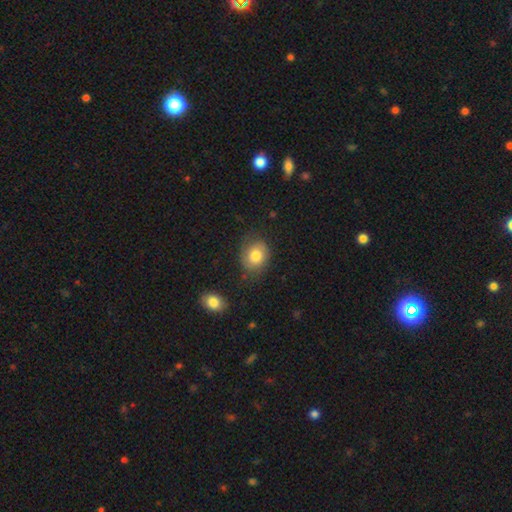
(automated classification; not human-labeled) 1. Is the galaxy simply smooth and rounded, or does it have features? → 71% smooth, 20% featured or disk, 8% star or artifact.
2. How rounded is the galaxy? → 57% round, 42% in between, 1% cigar-shaped.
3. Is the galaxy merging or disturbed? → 70% none, 21% minor disturbance, 7% major disturbance, 3% merger.